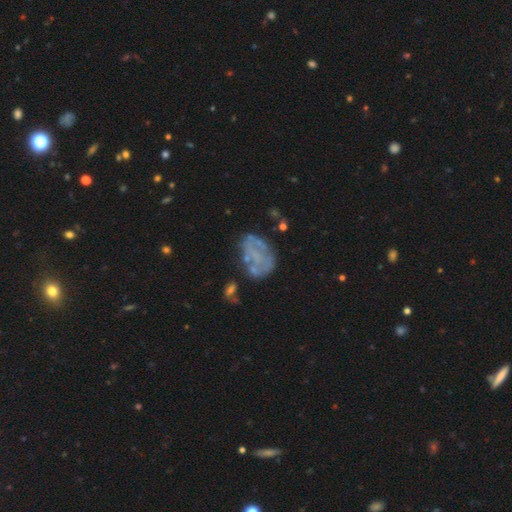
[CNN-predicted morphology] A featured or disk galaxy (60%) with no bar (79%), no spiral arms (71%) and no central bulge (71%).

Vote fractions:
- Smooth or featured? featured or disk: 60% / smooth: 27% / star or artifact: 12%
- Edge-on disk? no: 97% / yes: 3%
- Bar? no: 79% / weak: 15% / strong: 6%
- Spiral arms? no: 71% / yes: 29%
- Bulge size? none: 71% / small: 18% / moderate: 8% / large: 2% / dominant: 1%
- Merging? none: 45% / minor disturbance: 23% / major disturbance: 20% / merger: 12%